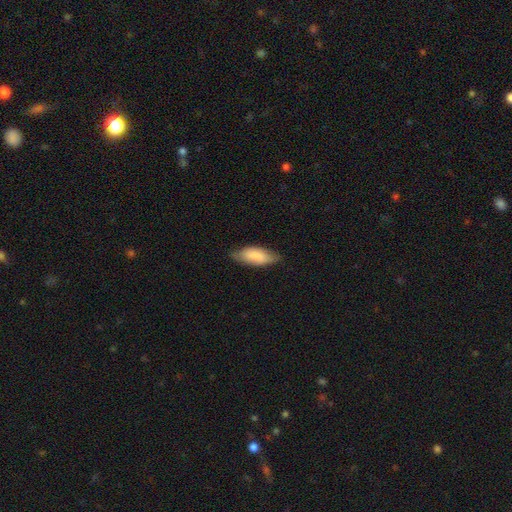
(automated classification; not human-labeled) smooth 81%, featured or disk 14%, star or artifact 6%. Down the decision tree: how rounded — in between (80%); merging — none (72%).